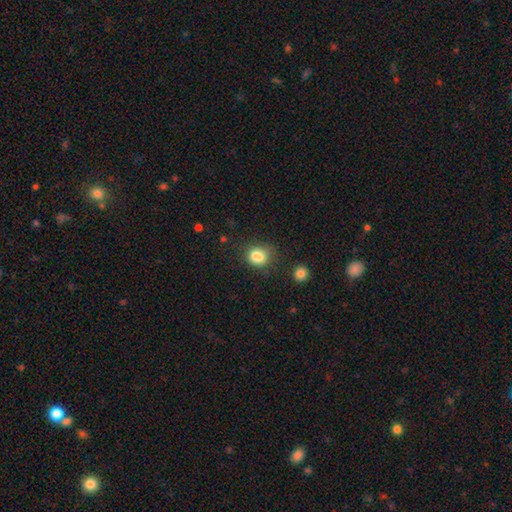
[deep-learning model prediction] Overall: smooth (83%). How rounded: round (64%; in between 35%). Merging: none (65%).